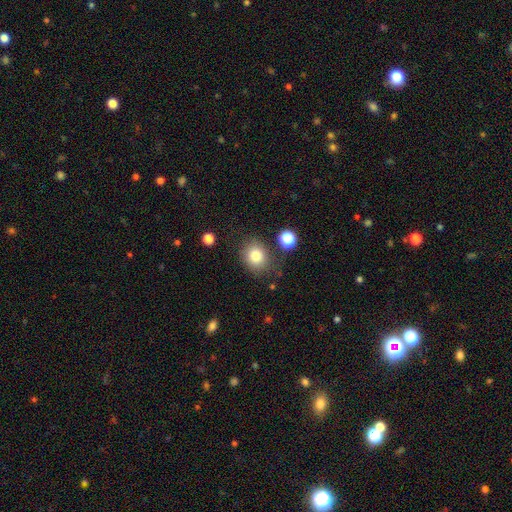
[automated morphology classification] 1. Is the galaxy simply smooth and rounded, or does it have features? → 82% smooth, 11% star or artifact, 7% featured or disk.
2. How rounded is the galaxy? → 70% round, 29% in between, 1% cigar-shaped.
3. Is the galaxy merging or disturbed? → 76% none, 14% minor disturbance, 5% merger, 5% major disturbance.